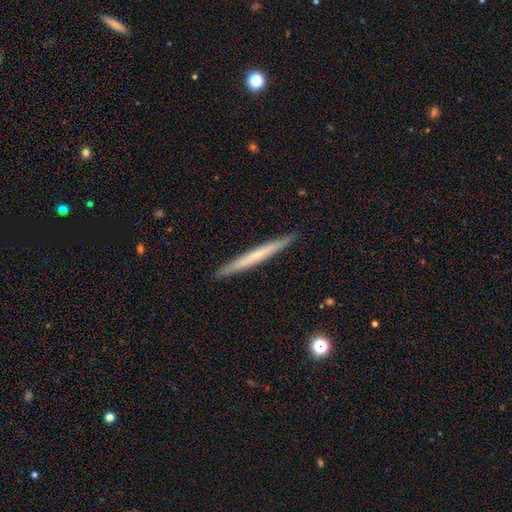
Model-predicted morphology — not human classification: Smooth or featured?
  - smooth: 51% *
  - featured or disk: 43%
  - star or artifact: 6%
How rounded?
  - cigar-shaped: 97% *
  - in between: 2%
  - round: 1%
Merging?
  - none: 92% *
  - minor disturbance: 6%
  - major disturbance: 1%
  - merger: 1%